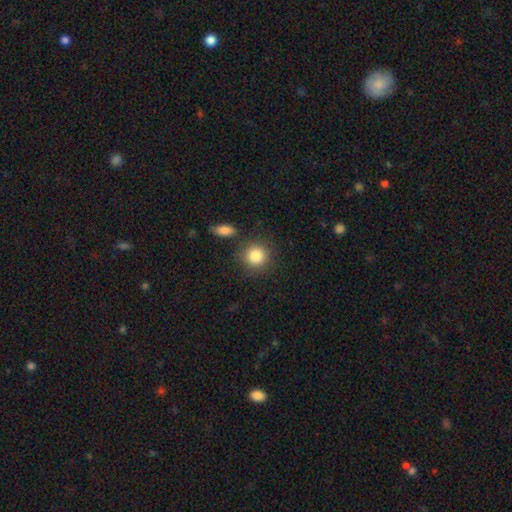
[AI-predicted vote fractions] This appears to be a smooth galaxy with no disk features (85%) that is round (89%). Merging: none (80%).